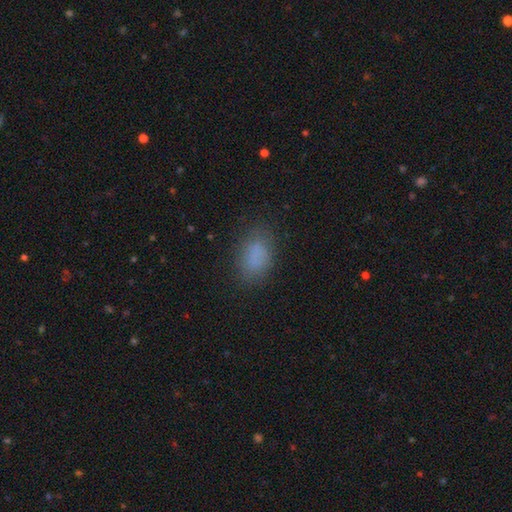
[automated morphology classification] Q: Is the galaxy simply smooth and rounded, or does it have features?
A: smooth — 81%.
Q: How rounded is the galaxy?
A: in between — 86%.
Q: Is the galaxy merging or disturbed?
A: none — 76%.